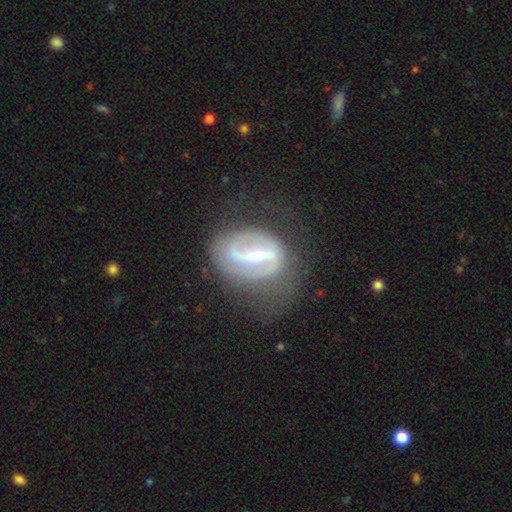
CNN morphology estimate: This is clearly a featured or disk galaxy (80%). It is clearly not viewed edge-on (94%). Bar: likely strong (69%). Spiral arm pattern: likely yes (70%). Spiral arm count: likely 2 (64%). Spiral winding: marginally medium (39%). Central bulge: possibly small (53%). Merging: possibly none (49%).